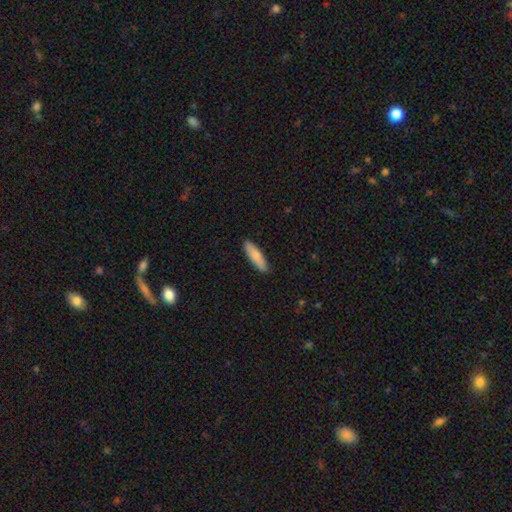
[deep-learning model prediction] Q: Smooth or featured?
A: smooth (81%); runner-up: featured or disk (14%)
Q: How rounded?
A: cigar-shaped (68%); runner-up: in between (31%)
Q: Merging?
A: none (89%); runner-up: minor disturbance (8%)